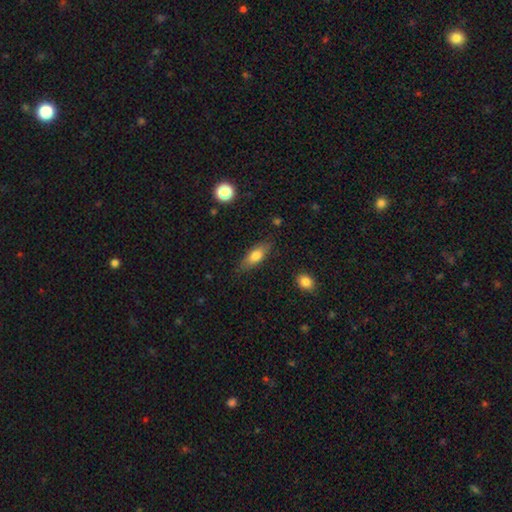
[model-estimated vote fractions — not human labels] A smooth galaxy with no disk features (71%) that is in between round and cigar-shaped (65%). Merging: none (80%).